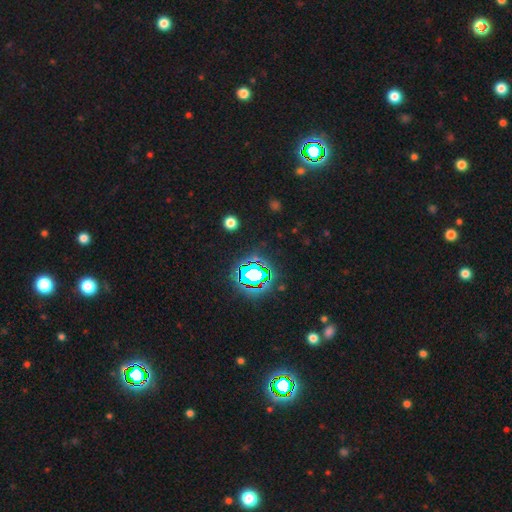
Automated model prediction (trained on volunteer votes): smooth-or-featured: star or artifact: 79% | smooth: 13% | featured or disk: 8%